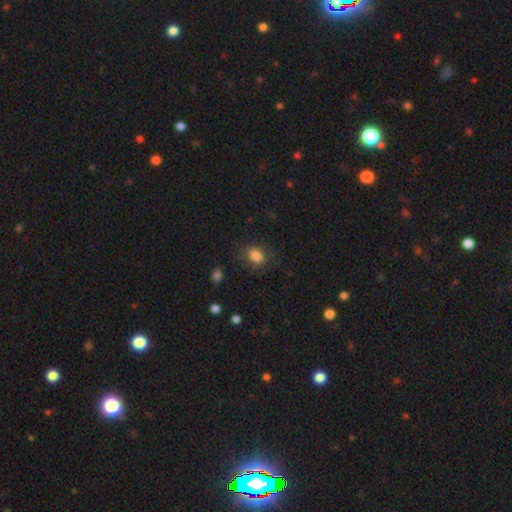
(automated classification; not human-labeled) Overall: smooth (82%). How rounded: in between (65%; round 34%). Merging: none (72%).